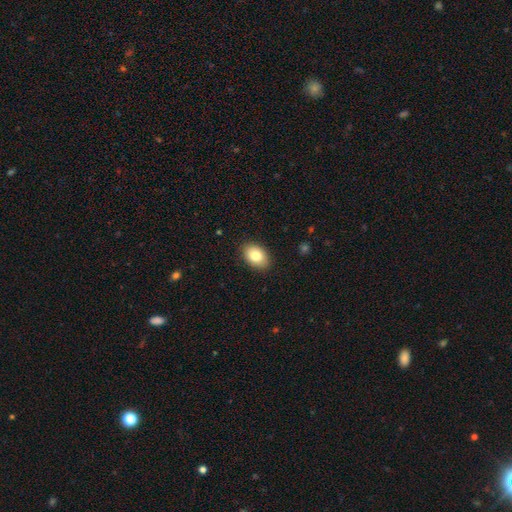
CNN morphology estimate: smooth_or_featured: smooth (p=0.83) [alt: featured or disk p=0.09]
how_rounded: in between (p=0.85) [alt: round p=0.14]
merging: none (p=0.87) [alt: minor disturbance p=0.09]